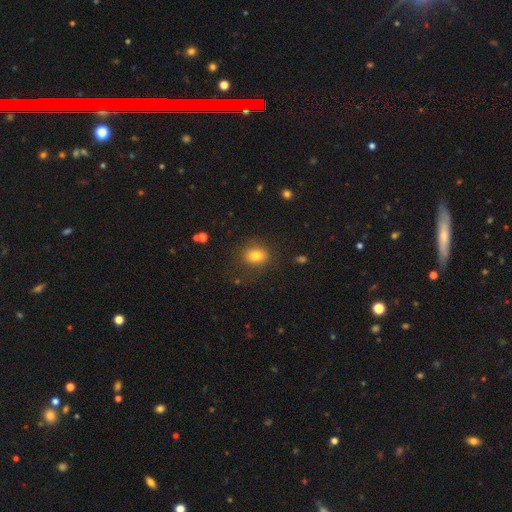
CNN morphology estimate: type=smooth (80%); roundness=in between (51%); merging=none (79%).